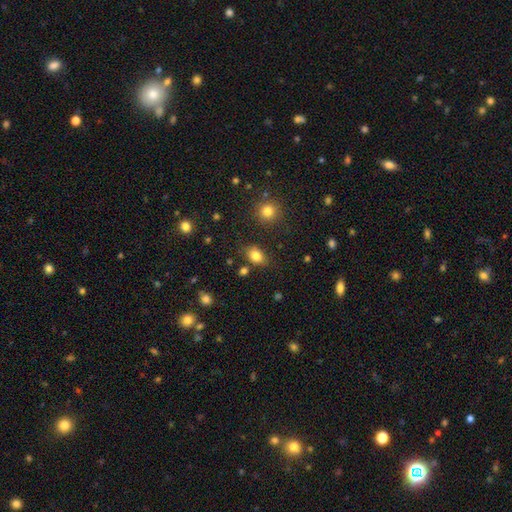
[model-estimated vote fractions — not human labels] Overall: smooth (81%). How rounded: in between (78%). Merging: none (78%).